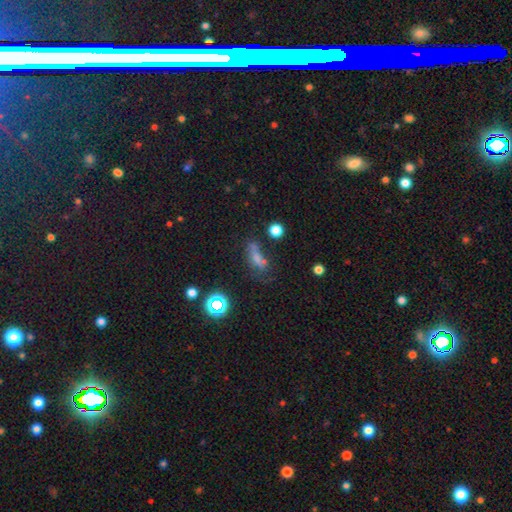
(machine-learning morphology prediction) Smooth or featured: smooth — 49% (star or artifact — 31%)
Merging: none — 41% (major disturbance — 20%)